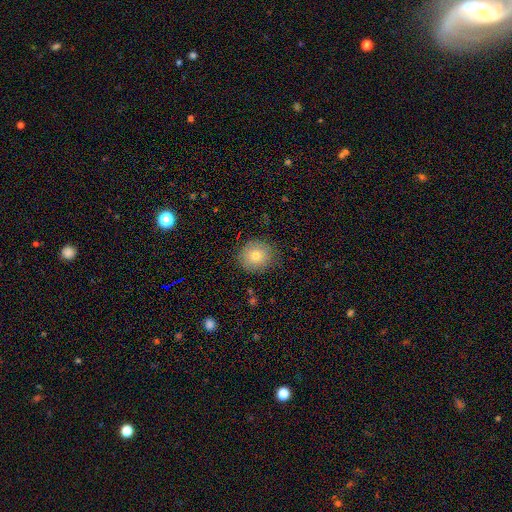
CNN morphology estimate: Overall: smooth (75%). How rounded: round (83%). Merging: none (84%).